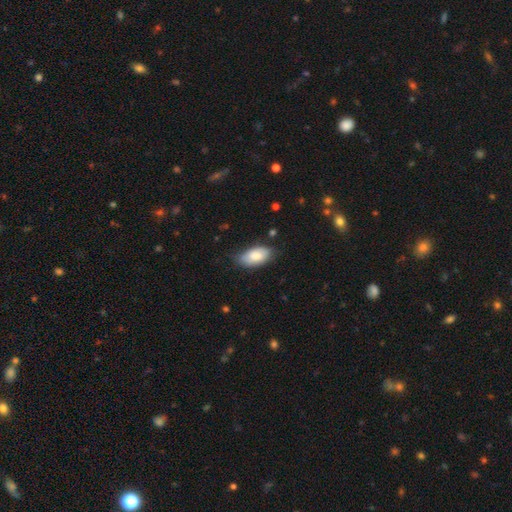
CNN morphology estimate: Smooth or featured: smooth — 82% (featured or disk — 12%)
How rounded: in between — 94% (cigar-shaped — 4%)
Merging: none — 69% (minor disturbance — 25%)